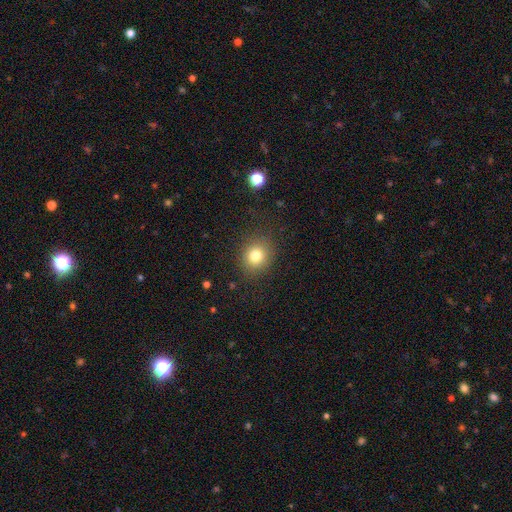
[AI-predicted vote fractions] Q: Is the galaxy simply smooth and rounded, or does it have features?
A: smooth — 79%.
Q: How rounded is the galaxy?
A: round — 76%.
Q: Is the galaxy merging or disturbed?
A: none — 86%.